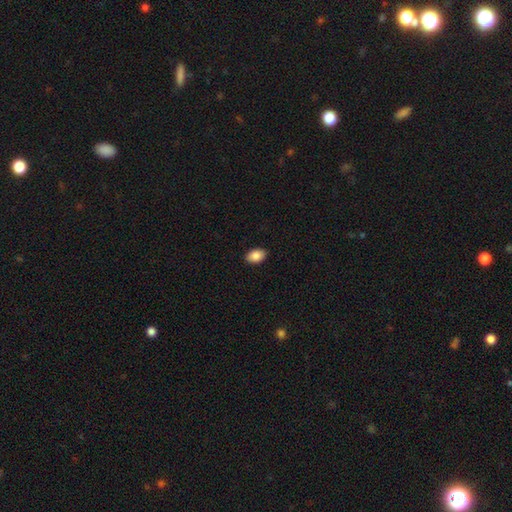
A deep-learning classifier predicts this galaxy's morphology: This appears to be a smooth galaxy with no disk features (87%) that is in between round and cigar-shaped (87%). Merging: none (90%).